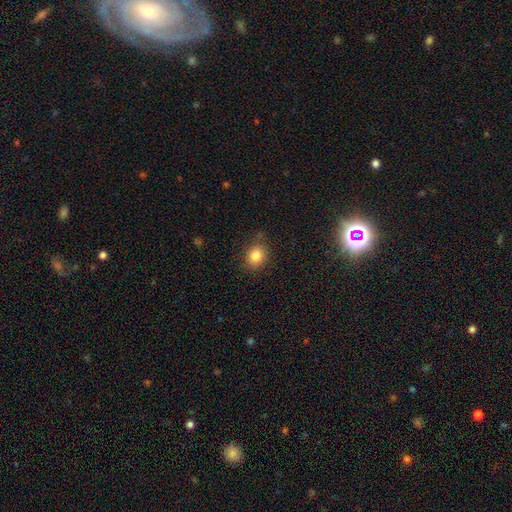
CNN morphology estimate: The model was most divided on "how rounded": round: 58%, in between: 41%, cigar-shaped: 1%. More confident: smooth or featured — smooth (84%); merging — none (81%).